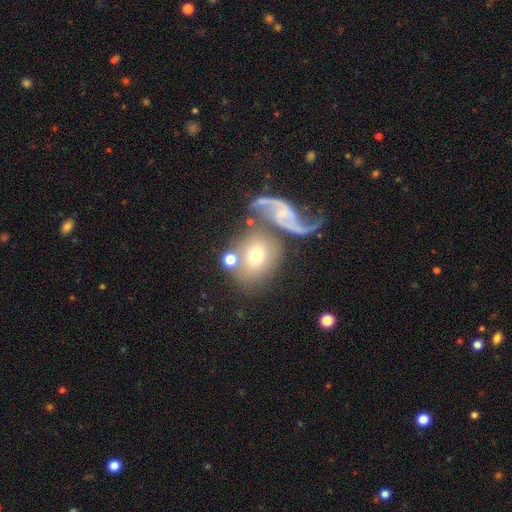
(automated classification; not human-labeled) Smooth or featured?
  - smooth: 50% *
  - featured or disk: 41%
  - star or artifact: 9%
How rounded?
  - round: 64% *
  - in between: 33%
  - cigar-shaped: 2%
Merging?
  - none: 46% *
  - merger: 31%
  - minor disturbance: 13%
  - major disturbance: 9%